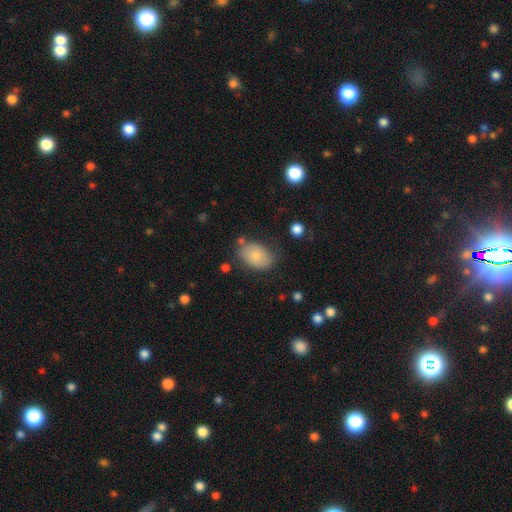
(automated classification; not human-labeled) smooth-or-featured: smooth: 78% | featured or disk: 15% | star or artifact: 7%
  how-rounded: in between: 83% | round: 16% | cigar-shaped: 1%
  merging: none: 70% | minor disturbance: 20% | major disturbance: 6% | merger: 4%